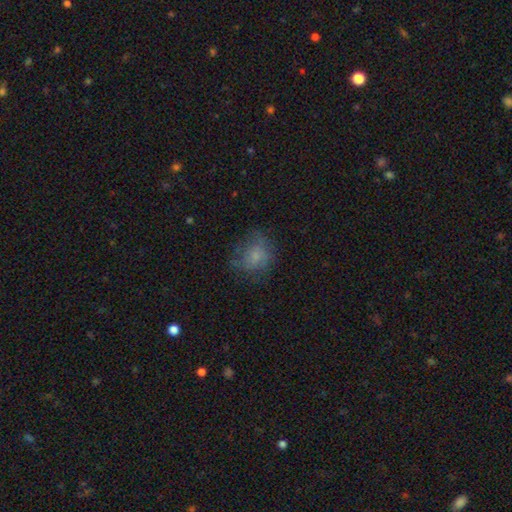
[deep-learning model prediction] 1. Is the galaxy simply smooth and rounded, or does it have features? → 65% smooth, 22% featured or disk, 12% star or artifact.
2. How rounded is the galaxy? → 66% round, 33% in between, 1% cigar-shaped.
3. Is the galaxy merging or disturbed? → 57% none, 24% minor disturbance, 17% major disturbance, 1% merger.